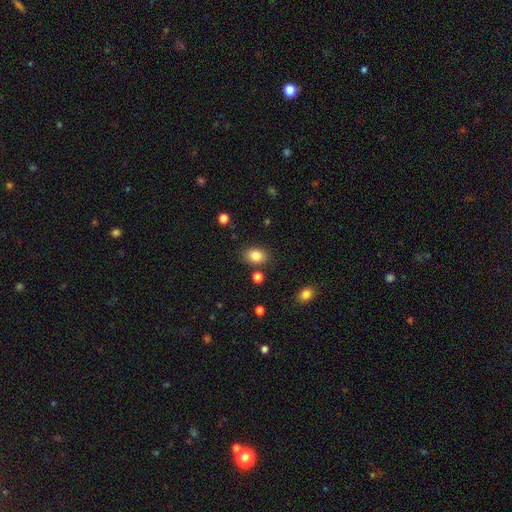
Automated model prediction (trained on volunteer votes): smooth 84%, star or artifact 9%, featured or disk 6%. Down the decision tree: how rounded — in between (73%); merging — none (82%).